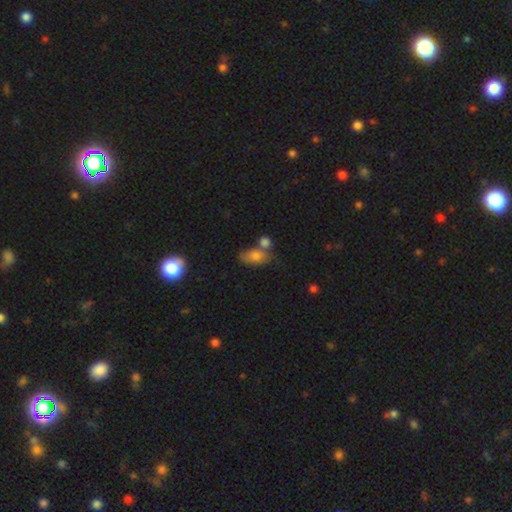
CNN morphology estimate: Smooth or featured? Predicted: smooth (p=0.72). How rounded? Predicted: in between (p=0.85). Merging? Predicted: none (p=0.39).